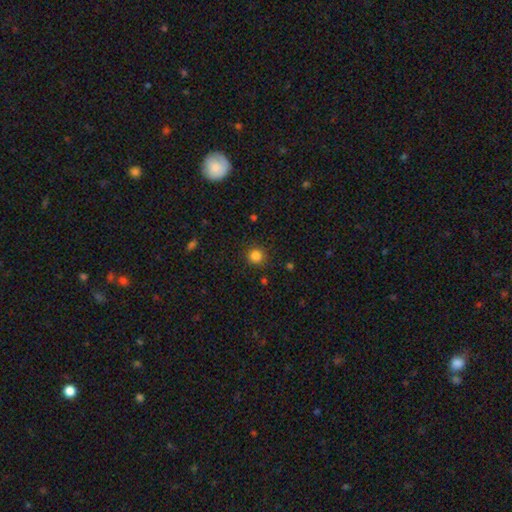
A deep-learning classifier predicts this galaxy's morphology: type=smooth (84%); roundness=round (92%); merging=none (89%).